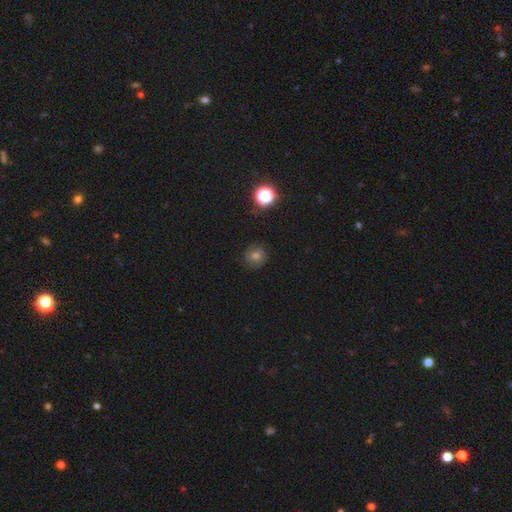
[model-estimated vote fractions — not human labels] A smooth galaxy with no disk features (49%). Merging: none (85%).